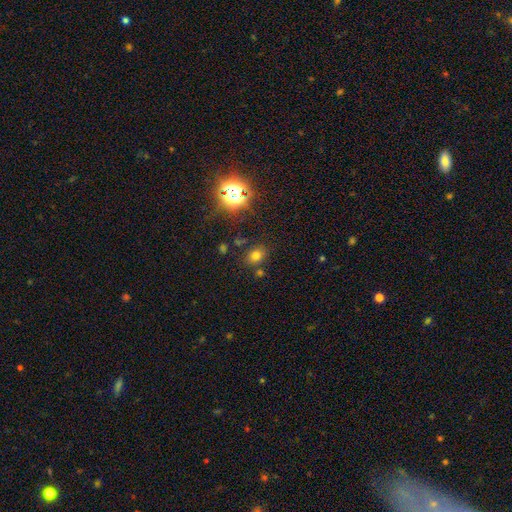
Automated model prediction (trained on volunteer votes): Overall: smooth (68%). How rounded: round (54%; in between 45%). Merging: none (78%).